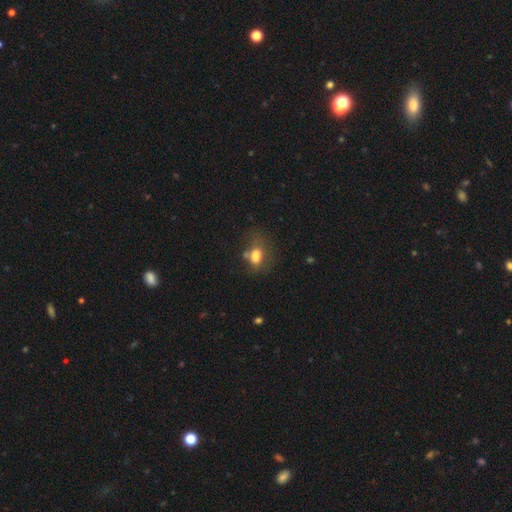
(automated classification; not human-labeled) A smooth galaxy with no disk features (75%) that is in between round and cigar-shaped (71%). Merging: none (46%).